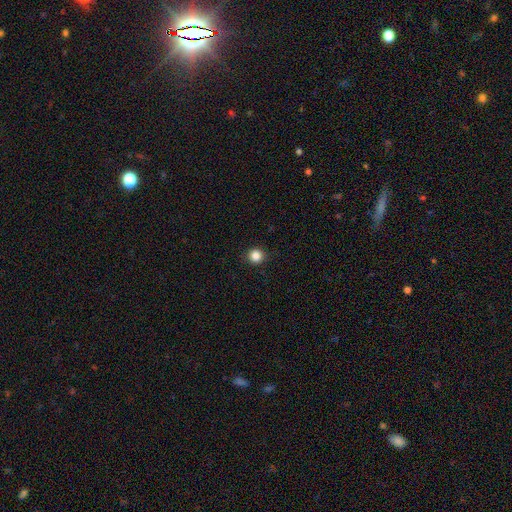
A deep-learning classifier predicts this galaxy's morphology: A smooth galaxy with no disk features (85%) that is round (93%). Merging: none (91%).